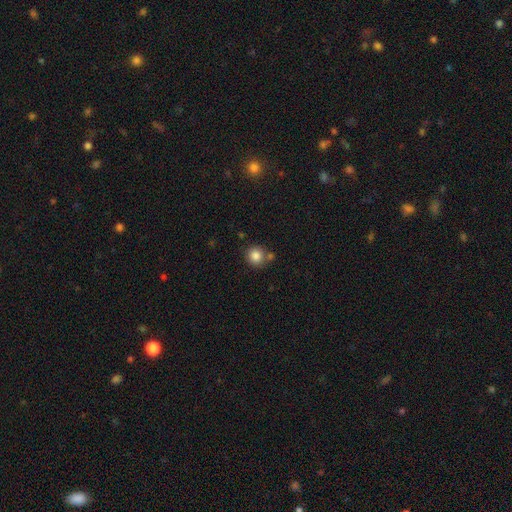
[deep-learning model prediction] Morphology: type=smooth (84%); roundness=round (91%); merging=none (71%).